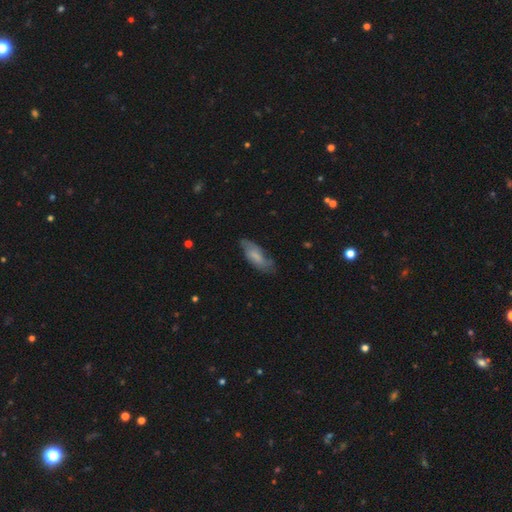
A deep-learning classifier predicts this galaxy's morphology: Smooth or featured? Predicted: smooth (p=0.53). How rounded? Predicted: in between (p=0.70). Merging? Predicted: none (p=0.66).